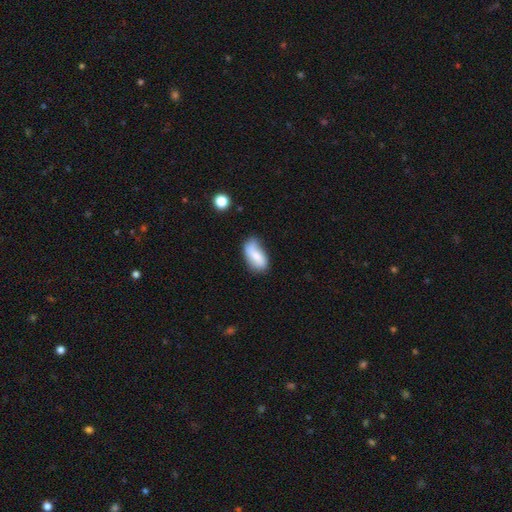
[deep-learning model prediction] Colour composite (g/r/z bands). It shows a smooth galaxy with no disk features (75%) that is in between round and cigar-shaped (90%). Merging: none (55%).